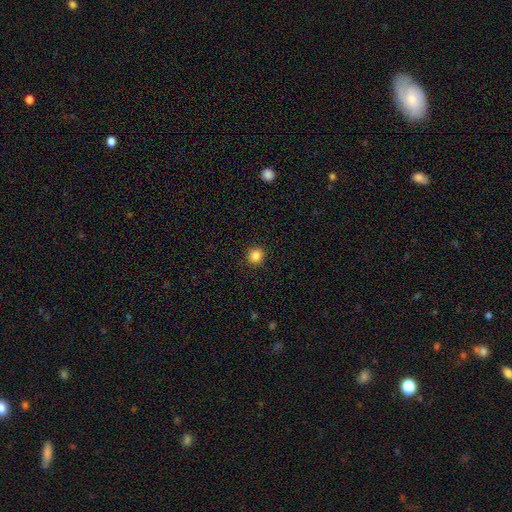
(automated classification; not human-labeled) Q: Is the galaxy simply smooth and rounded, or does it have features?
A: smooth — 86%.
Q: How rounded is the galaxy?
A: round — 89%.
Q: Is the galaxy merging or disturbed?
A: none — 92%.